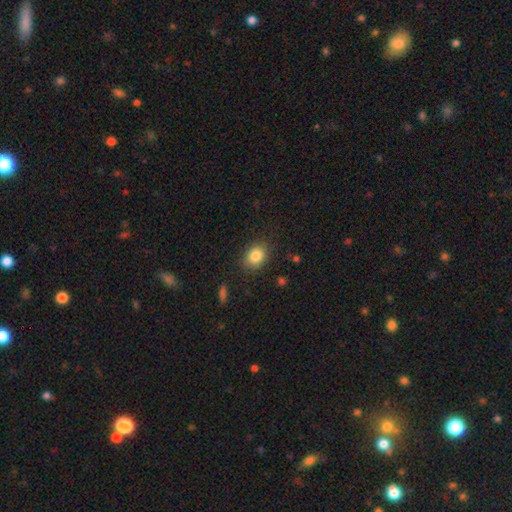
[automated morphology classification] smooth 84%, star or artifact 9%, featured or disk 7%. Down the decision tree: how rounded — in between (55%); merging — none (84%).